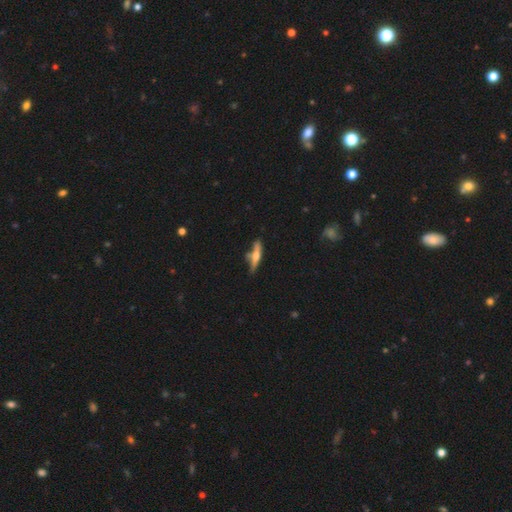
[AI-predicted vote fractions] This appears to be a featured or disk galaxy (53%) viewed edge-on (93%). Merging: none (66%).